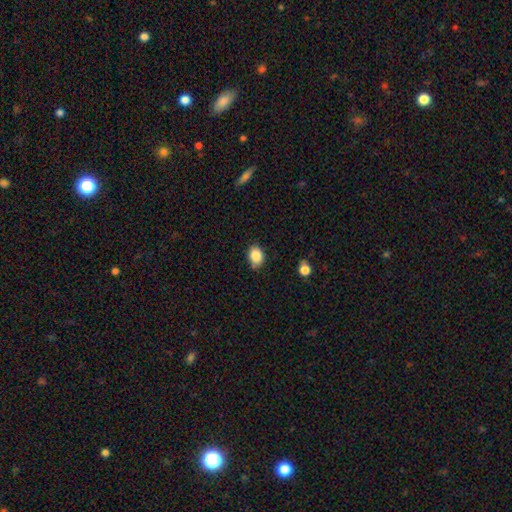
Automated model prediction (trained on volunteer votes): The model was most divided on "how rounded": in between: 67%, round: 32%, cigar-shaped: 1%. More confident: smooth or featured — smooth (87%); merging — none (76%).